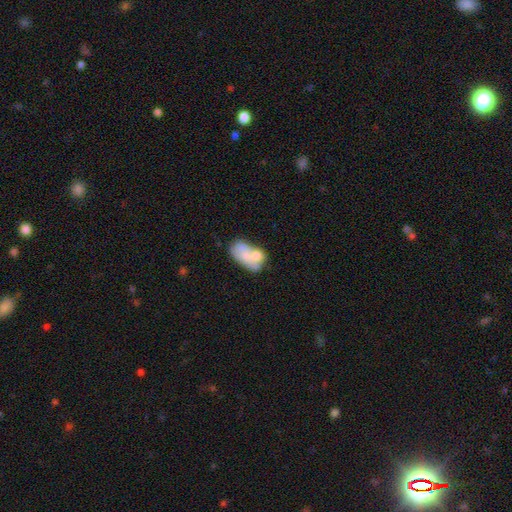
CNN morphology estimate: smooth_or_featured: smooth (p=0.55) [alt: featured or disk p=0.36]
how_rounded: in between (p=0.88) [alt: round p=0.09]
merging: merger (p=0.42) [alt: none p=0.28]